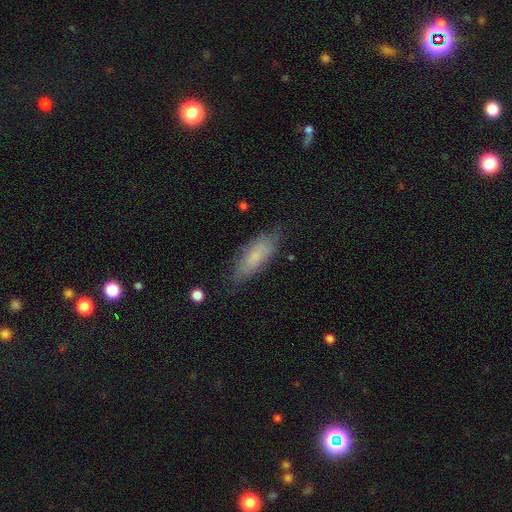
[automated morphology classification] A smooth galaxy with no disk features (71%) that is in between round and cigar-shaped (66%).

Vote fractions:
- Smooth or featured? smooth: 71% / featured or disk: 22% / star or artifact: 7%
- How rounded? in between: 66% / cigar-shaped: 32% / round: 2%
- Merging? none: 74% / minor disturbance: 20% / major disturbance: 5% / merger: 1%